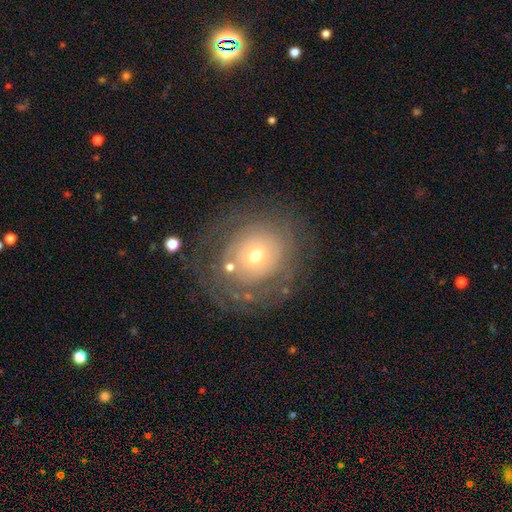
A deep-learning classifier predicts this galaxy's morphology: Smooth or featured: featured or disk — 58% (smooth — 32%)
Edge-on disk: no — 96% (yes — 4%)
Bar: no — 84% (weak — 12%)
Spiral arms: yes — 57% (no — 43%)
Bulge size: small — 48% (moderate — 46%)
Merging: none — 69% (minor disturbance — 16%)